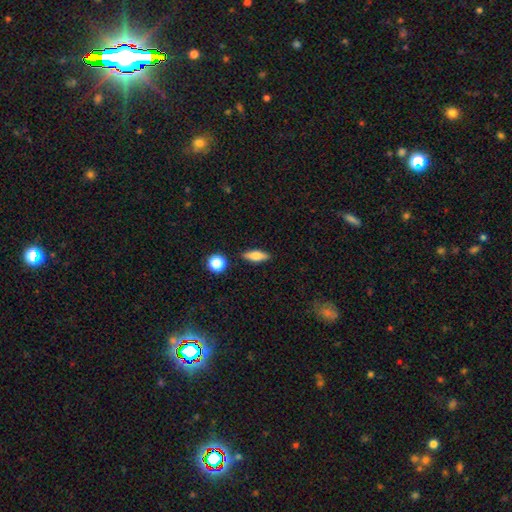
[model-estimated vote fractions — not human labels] smooth 69%, featured or disk 24%, star or artifact 8%. Down the decision tree: how rounded — in between (60%); merging — none (86%).